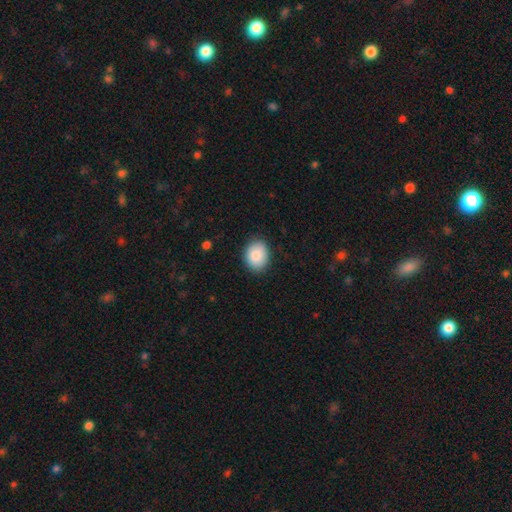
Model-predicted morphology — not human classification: Smooth or featured: smooth — 87% (star or artifact — 7%)
How rounded: in between — 59% (round — 40%)
Merging: none — 85% (minor disturbance — 11%)